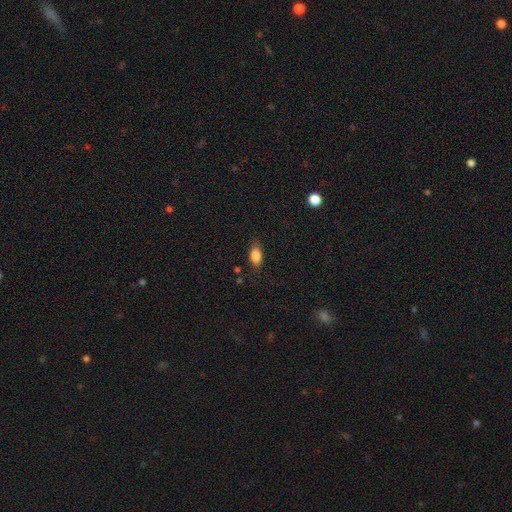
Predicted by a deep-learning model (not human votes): A smooth galaxy with no disk features (83%) that is in between round and cigar-shaped (86%).

Vote fractions:
- Smooth or featured? smooth: 83% / featured or disk: 9% / star or artifact: 8%
- How rounded? in between: 86% / cigar-shaped: 9% / round: 5%
- Merging? none: 80% / minor disturbance: 15% / major disturbance: 4% / merger: 1%